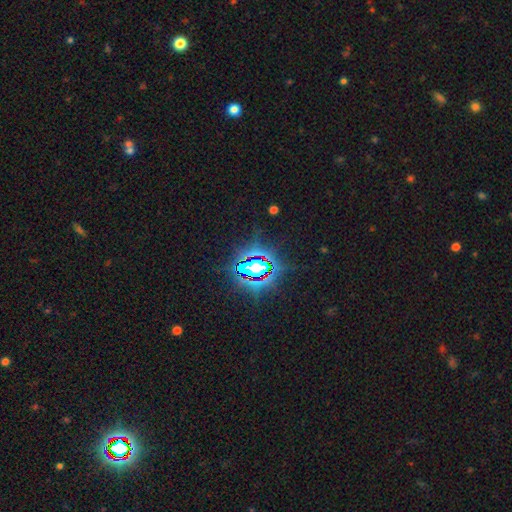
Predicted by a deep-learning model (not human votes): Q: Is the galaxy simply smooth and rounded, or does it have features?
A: star or artifact — 83%.